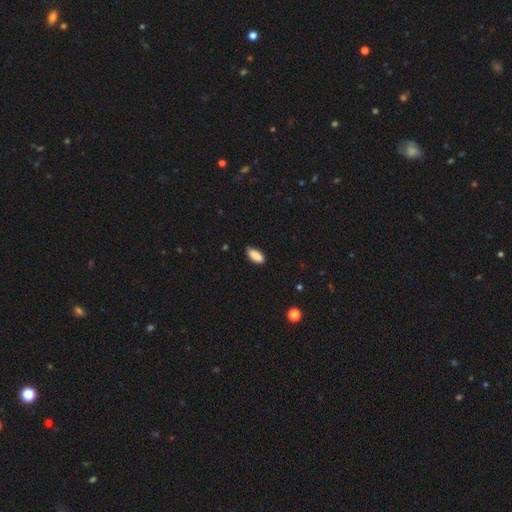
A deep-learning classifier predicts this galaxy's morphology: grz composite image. It shows a smooth galaxy with no disk features (88%) that is in between round and cigar-shaped (84%). Merging: none (81%).